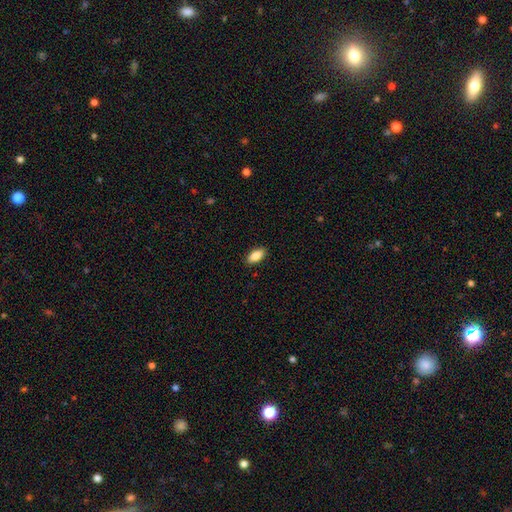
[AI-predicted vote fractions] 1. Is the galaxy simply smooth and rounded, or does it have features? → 85% smooth, 9% featured or disk, 7% star or artifact.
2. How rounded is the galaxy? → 87% in between, 10% cigar-shaped, 3% round.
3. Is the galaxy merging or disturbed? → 89% none, 8% minor disturbance, 2% major disturbance, 1% merger.